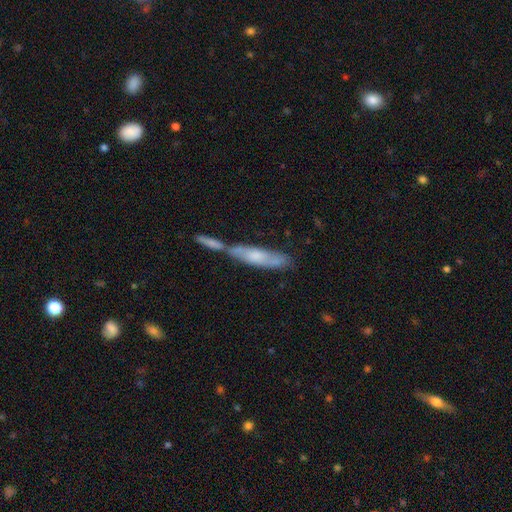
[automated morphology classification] Smooth or featured: smooth — 47% (featured or disk — 46%)
Merging: merger — 49% (none — 31%)